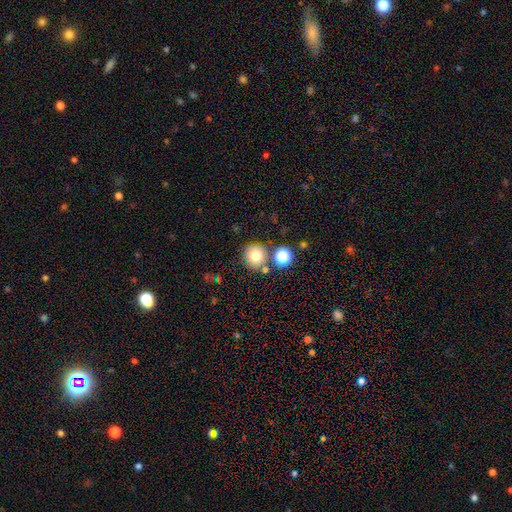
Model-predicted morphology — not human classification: type=smooth (77%); roundness=round (93%); merging=none (77%).